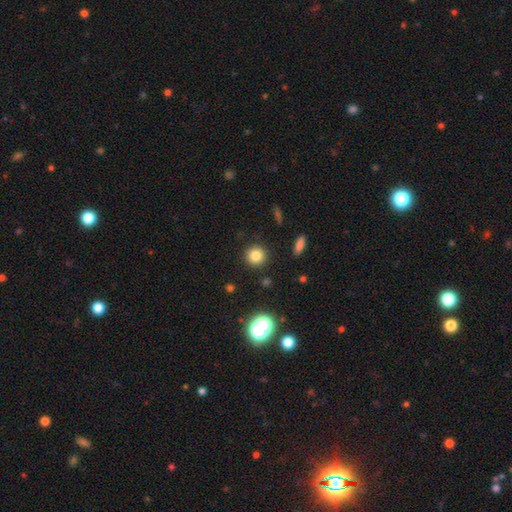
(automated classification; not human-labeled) smooth-or-featured: smooth: 80% | star or artifact: 13% | featured or disk: 6%
  how-rounded: round: 93% | in between: 6% | cigar-shaped: 1%
  merging: none: 90% | minor disturbance: 6% | major disturbance: 2% | merger: 2%